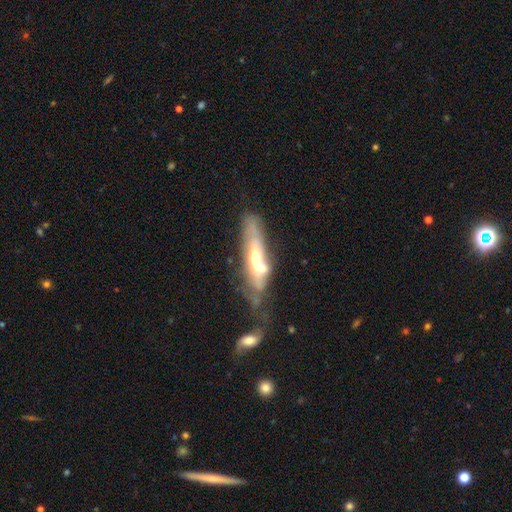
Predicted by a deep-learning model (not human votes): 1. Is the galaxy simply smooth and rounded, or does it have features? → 64% featured or disk, 28% smooth, 8% star or artifact.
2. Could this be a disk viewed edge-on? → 55% no, 45% yes.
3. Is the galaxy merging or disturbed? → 40% merger, 28% none, 17% minor disturbance, 15% major disturbance.